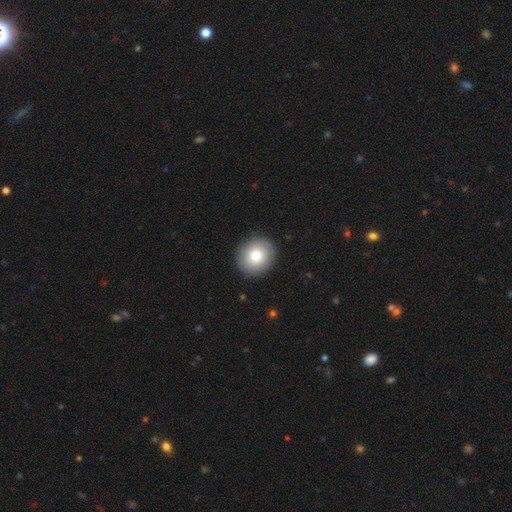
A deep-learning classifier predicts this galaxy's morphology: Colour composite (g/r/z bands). It shows a smooth galaxy with no disk features (81%) that is round (81%). Merging: none (90%).